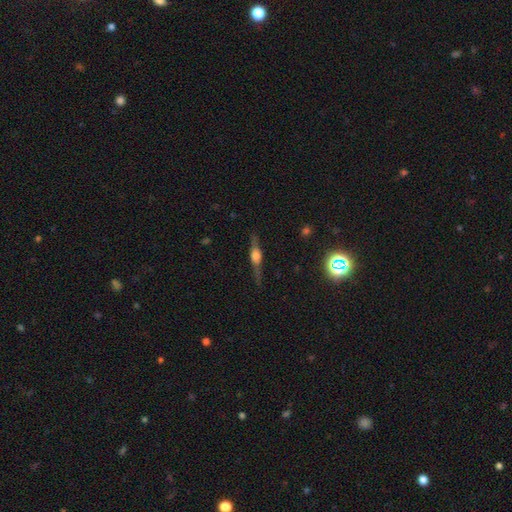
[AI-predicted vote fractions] smooth_or_featured: featured or disk (p=0.75) [alt: smooth p=0.16]
disk_edge_on: yes (p=0.96) [alt: no p=0.04]
edge_on_bulge: rounded (p=0.83) [alt: boxy p=0.14]
merging: none (p=0.83) [alt: minor disturbance p=0.12]